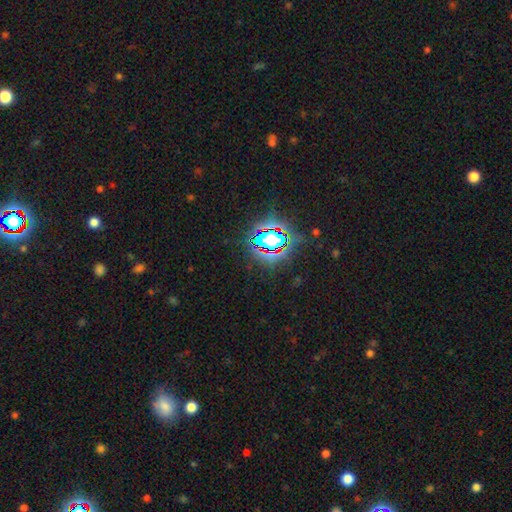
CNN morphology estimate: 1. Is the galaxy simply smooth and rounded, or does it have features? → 81% star or artifact, 11% smooth, 8% featured or disk.